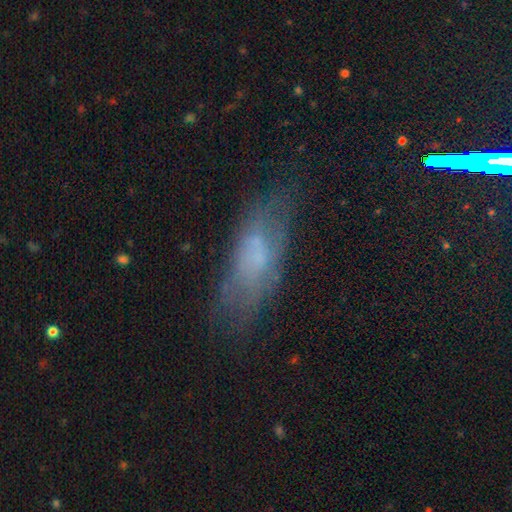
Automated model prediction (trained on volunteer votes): Smooth or featured? Predicted: smooth (p=0.51). How rounded? Predicted: in between (p=0.62). Merging? Predicted: none (p=0.62).